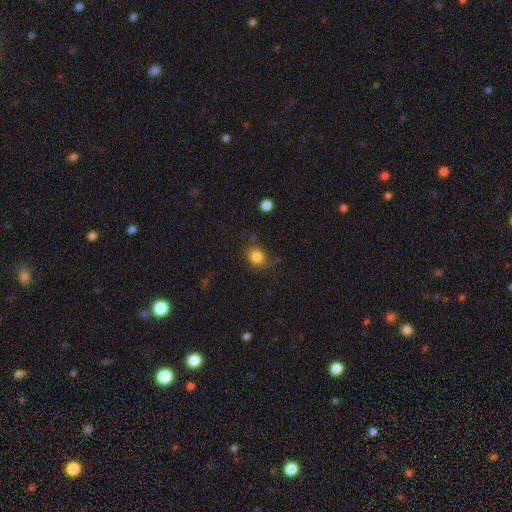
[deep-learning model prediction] smooth_or_featured: smooth (p=0.83) [alt: star or artifact p=0.11]
how_rounded: round (p=0.72) [alt: in between p=0.27]
merging: none (p=0.72) [alt: minor disturbance p=0.19]